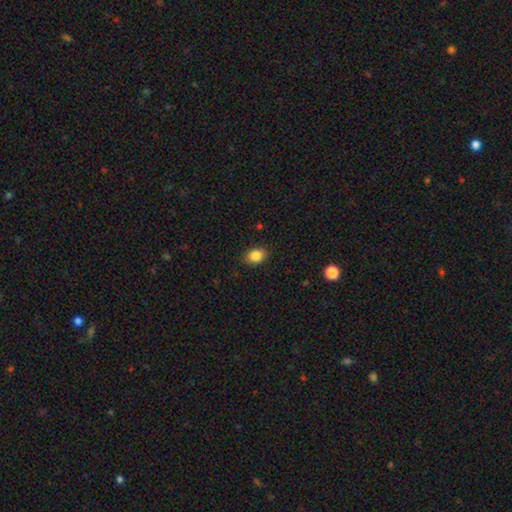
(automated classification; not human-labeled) The model was most divided on "how rounded": in between: 71%, round: 28%, cigar-shaped: 1%. More confident: merging — none (88%); smooth or featured — smooth (86%).